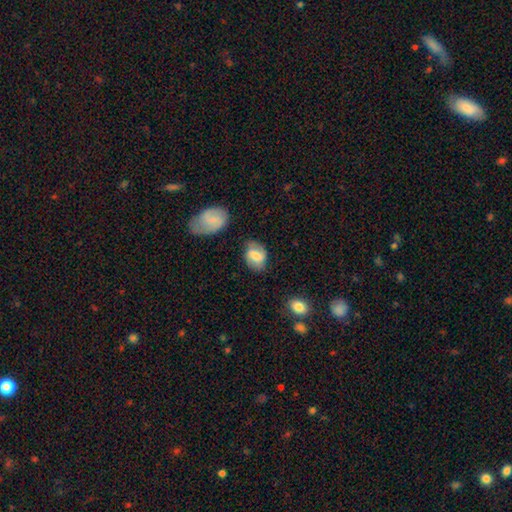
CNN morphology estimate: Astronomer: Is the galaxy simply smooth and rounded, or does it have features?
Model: smooth — 63%.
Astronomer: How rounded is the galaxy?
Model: in between — 71%.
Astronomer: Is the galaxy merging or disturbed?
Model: none — 71%.